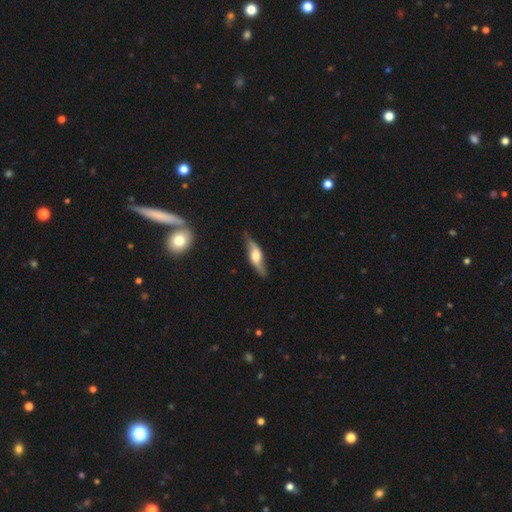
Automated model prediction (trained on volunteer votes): Smooth or featured? Predicted: featured or disk (p=0.62). Edge-on disk? Predicted: yes (p=0.56). Merging? Predicted: none (p=0.77).